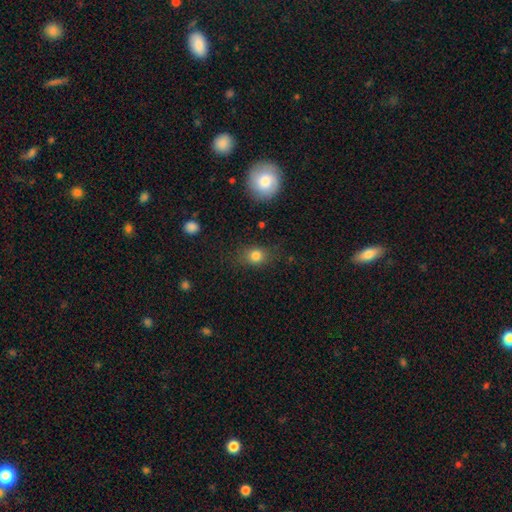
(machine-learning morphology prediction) Smooth or featured: smooth — 80% (star or artifact — 12%)
How rounded: round — 52% (in between — 46%)
Merging: none — 78% (minor disturbance — 15%)